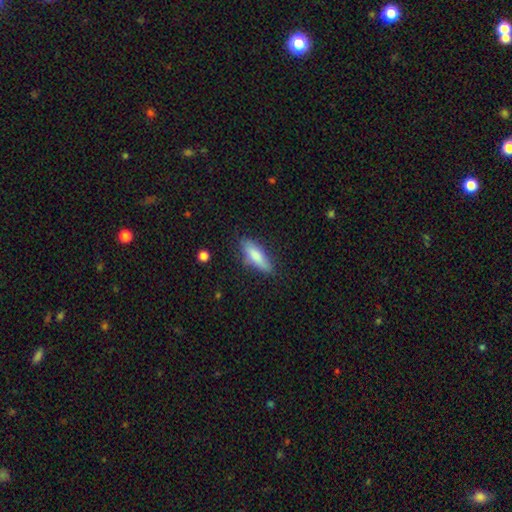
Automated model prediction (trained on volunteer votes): Overall: smooth (79%). How rounded: in between (54%; cigar-shaped 44%). Merging: none (75%).